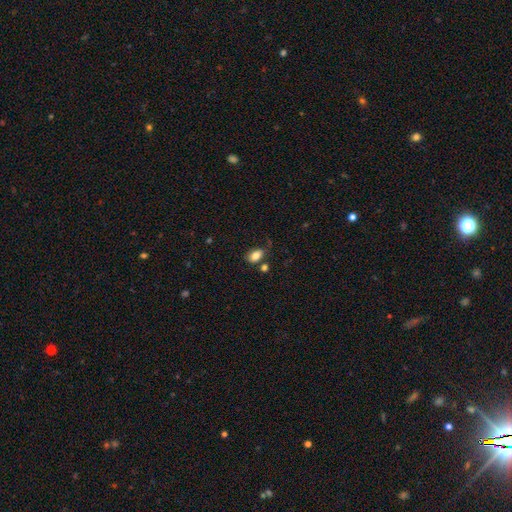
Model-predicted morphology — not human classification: The model was most divided on "merging": none: 67%, minor disturbance: 19%, merger: 8%, major disturbance: 6%. More confident: how rounded — in between (88%); smooth or featured — smooth (83%).